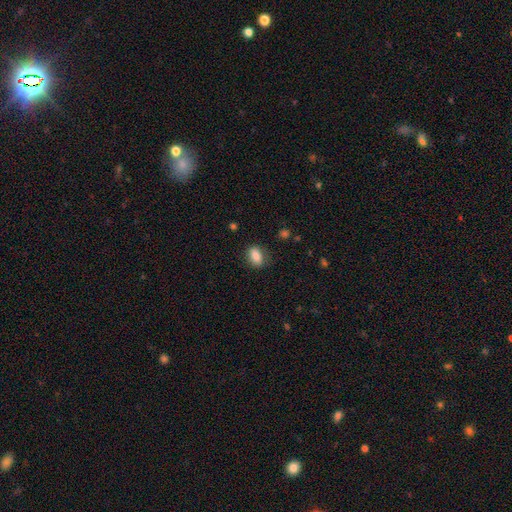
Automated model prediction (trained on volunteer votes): A smooth galaxy with no disk features (83%) that is in between round and cigar-shaped (79%). Merging: none (80%).